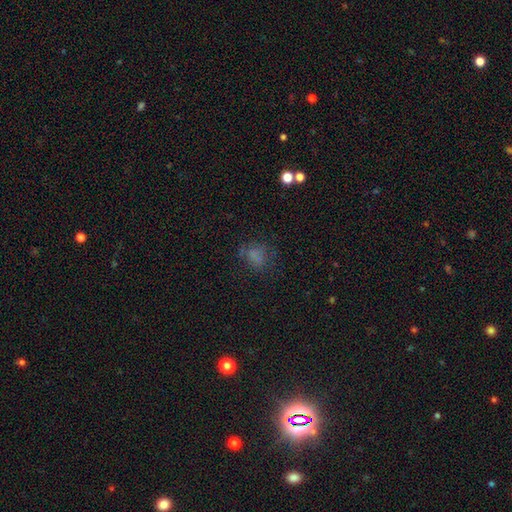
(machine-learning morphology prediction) Smooth or featured? smooth (60%)
How rounded? round (60%)
Merging? none (61%)